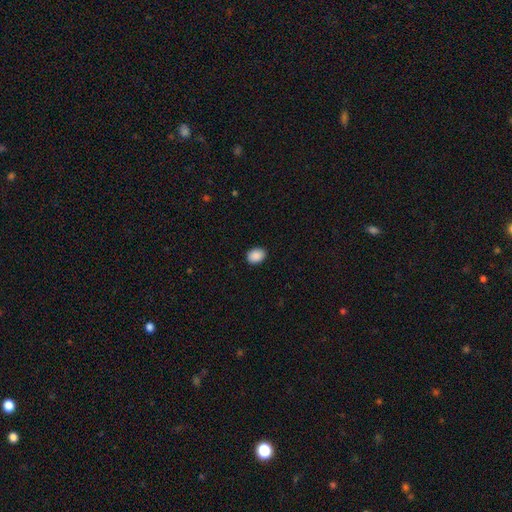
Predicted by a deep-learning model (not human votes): smooth-or-featured: smooth: 90% | star or artifact: 8% | featured or disk: 2%
  how-rounded: in between: 69% | round: 30% | cigar-shaped: 1%
  merging: none: 90% | minor disturbance: 7% | major disturbance: 2% | merger: 1%